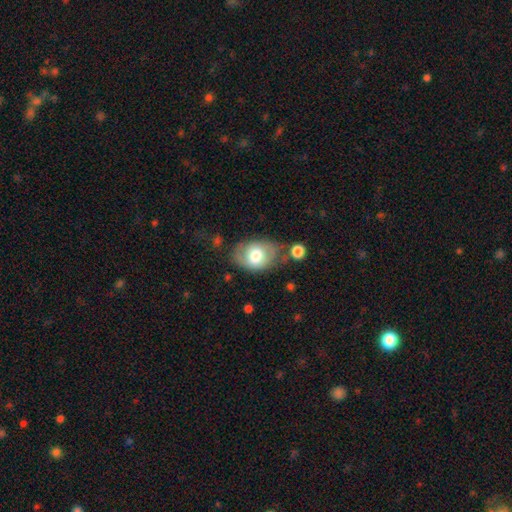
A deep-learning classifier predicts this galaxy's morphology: smooth-or-featured: smooth: 64% | featured or disk: 29% | star or artifact: 7%
  how-rounded: in between: 77% | round: 22% | cigar-shaped: 1%
  merging: none: 55% | minor disturbance: 25% | major disturbance: 11% | merger: 9%